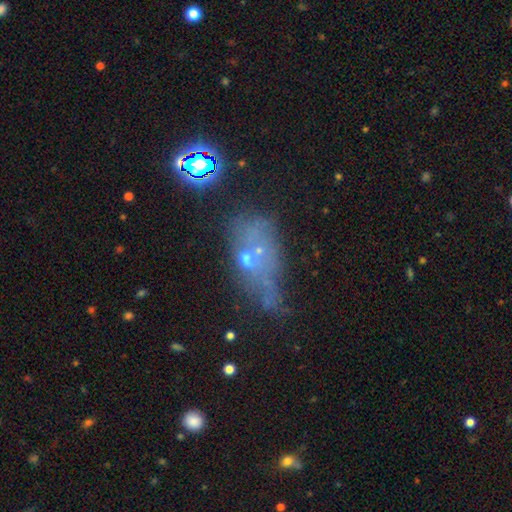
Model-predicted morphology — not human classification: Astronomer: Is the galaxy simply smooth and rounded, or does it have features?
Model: star or artifact — 36% (runner-up: featured or disk, 34%).